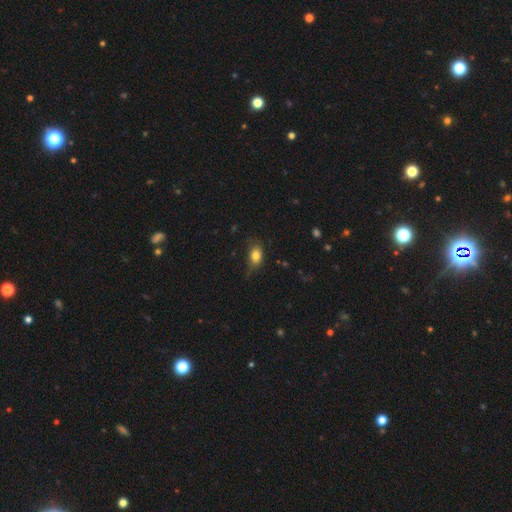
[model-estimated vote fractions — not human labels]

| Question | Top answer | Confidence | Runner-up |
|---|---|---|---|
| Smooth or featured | smooth | 81% | star or artifact (10%) |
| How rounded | in between | 76% | round (21%) |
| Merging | none | 60% | minor disturbance (30%) |